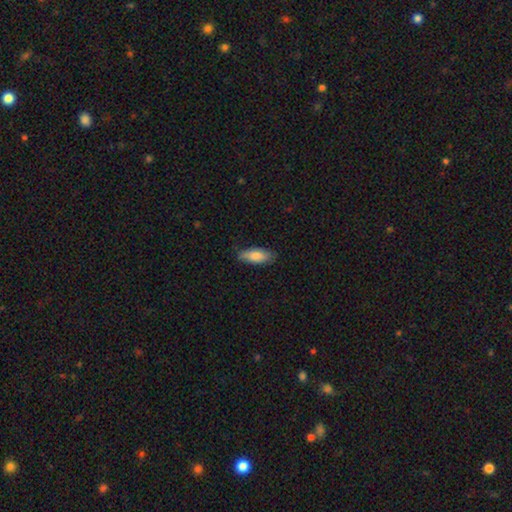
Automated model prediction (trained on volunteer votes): Smooth or featured? Predicted: smooth (p=0.81). How rounded? Predicted: in between (p=0.76). Merging? Predicted: none (p=0.76).